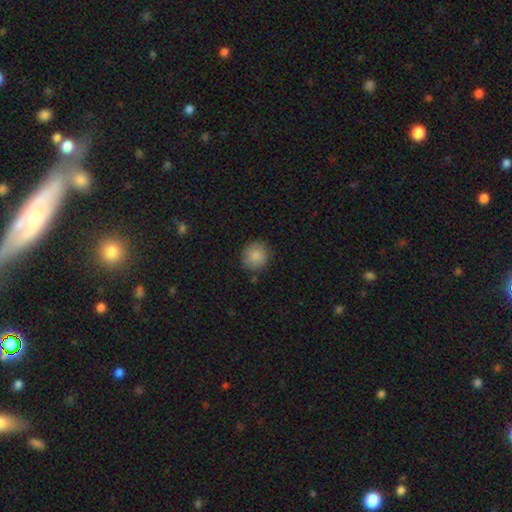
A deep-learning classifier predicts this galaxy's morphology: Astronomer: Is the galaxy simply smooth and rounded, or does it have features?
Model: smooth — 87%.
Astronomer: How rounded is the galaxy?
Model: round — 88%.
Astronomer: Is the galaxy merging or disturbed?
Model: none — 84%.